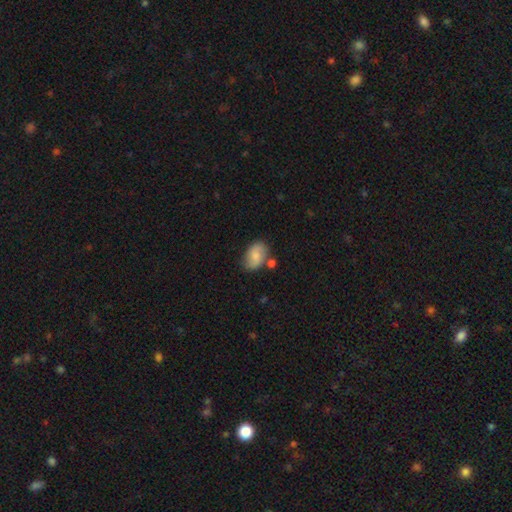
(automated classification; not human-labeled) Q: Smooth or featured?
A: smooth (68%); runner-up: featured or disk (24%)
Q: How rounded?
A: in between (86%); runner-up: round (13%)
Q: Merging?
A: none (63%); runner-up: minor disturbance (21%)